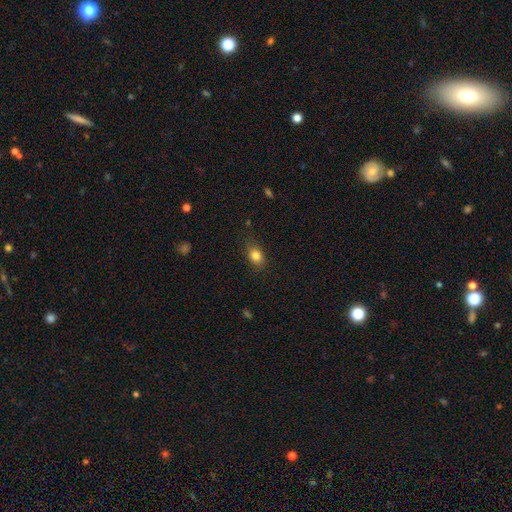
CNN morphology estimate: Smooth or featured? smooth (83%)
How rounded? in between (65%)
Merging? none (78%)